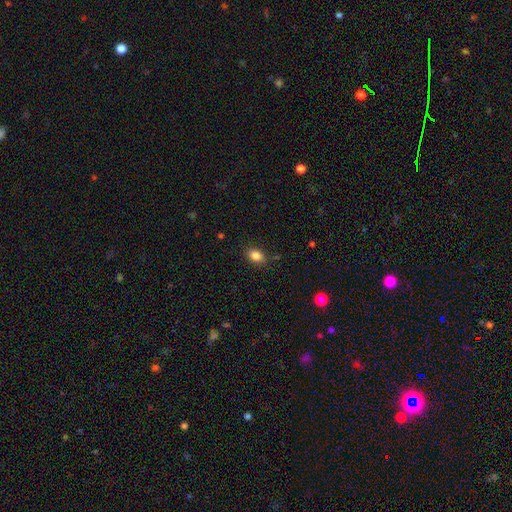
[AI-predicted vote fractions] smooth 85%, star or artifact 10%, featured or disk 5%. Down the decision tree: how rounded — in between (76%); merging — none (83%).